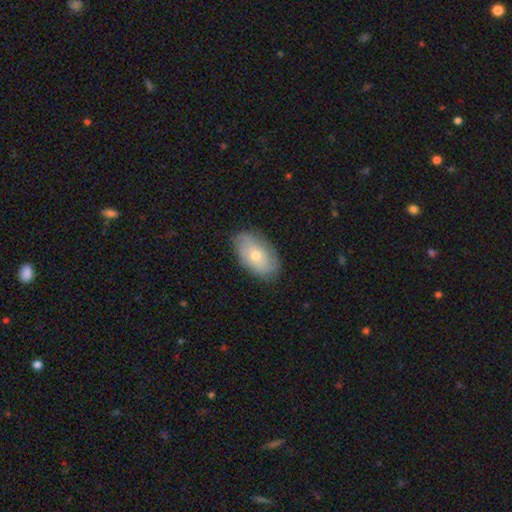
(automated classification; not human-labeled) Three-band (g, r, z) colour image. It shows a smooth galaxy with no disk features (47%). Merging: none (79%).